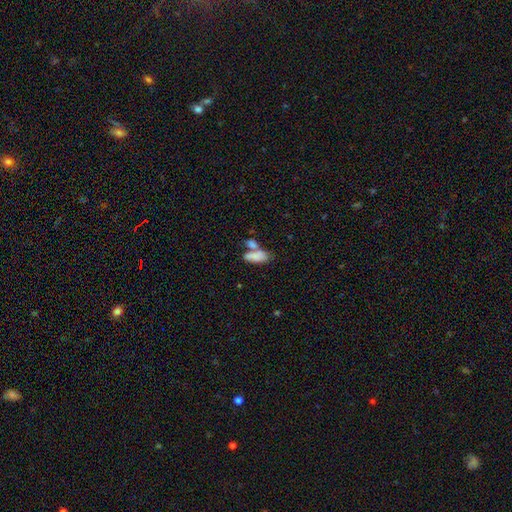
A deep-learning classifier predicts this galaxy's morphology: Smooth or featured: smooth — 79% (featured or disk — 13%)
How rounded: in between — 83% (cigar-shaped — 13%)
Merging: merger — 48% (none — 33%)